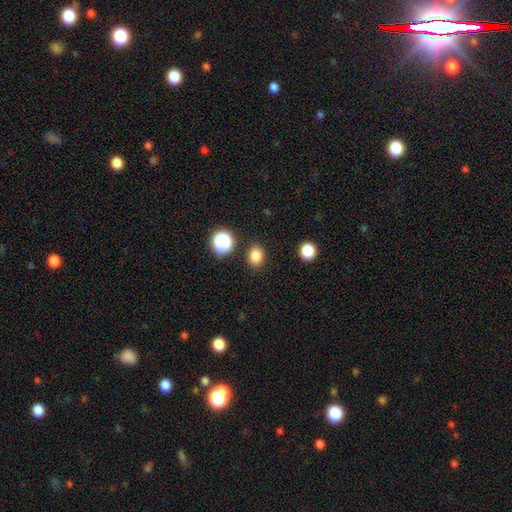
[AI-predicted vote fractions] Smooth or featured?
  - smooth: 83% *
  - star or artifact: 13%
  - featured or disk: 4%
How rounded?
  - round: 50% *
  - in between: 49%
  - cigar-shaped: 1%
Merging?
  - none: 87% *
  - minor disturbance: 8%
  - major disturbance: 3%
  - merger: 3%